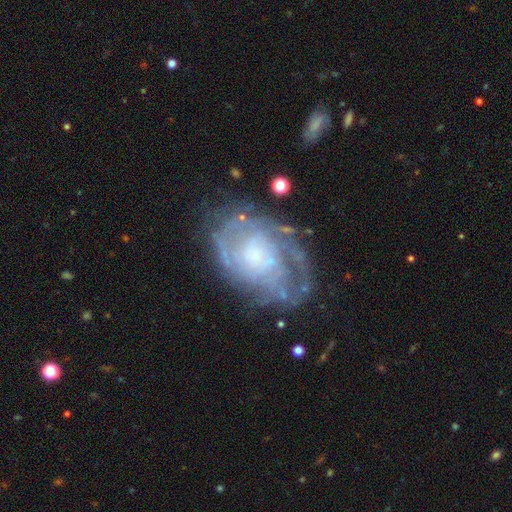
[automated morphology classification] smooth-or-featured: featured or disk: 82% | smooth: 12% | star or artifact: 7%
  disk-edge-on: no: 97% | yes: 3%
    bar: no: 75% | weak: 20% | strong: 4%
    has-spiral-arms: yes: 84% | no: 16%
      spiral-winding: tight: 58% | medium: 30% | loose: 11%
      spiral-arm-count: can't tell: 47% | 2: 22% | 3: 12% | 1: 7% | 4: 6% | more than 4: 5%
    bulge-size: small: 35% | moderate: 26% | none: 23% | large: 13% | dominant: 2%
  merging: none: 63% | minor disturbance: 21% | major disturbance: 13% | merger: 3%